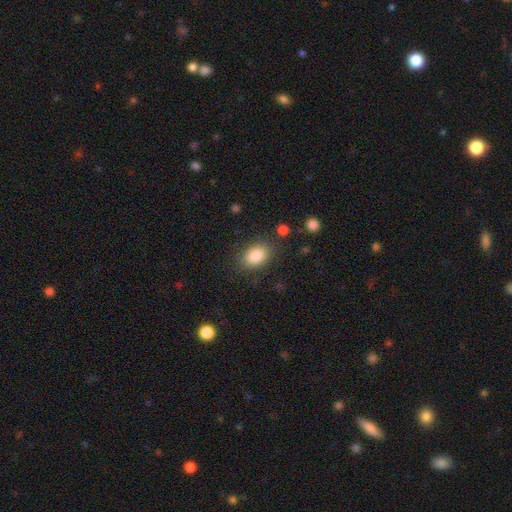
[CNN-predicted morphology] Smooth or featured?
  - smooth: 87% *
  - star or artifact: 8%
  - featured or disk: 6%
How rounded?
  - in between: 82% *
  - round: 17%
  - cigar-shaped: 1%
Merging?
  - none: 81% *
  - minor disturbance: 12%
  - major disturbance: 5%
  - merger: 2%